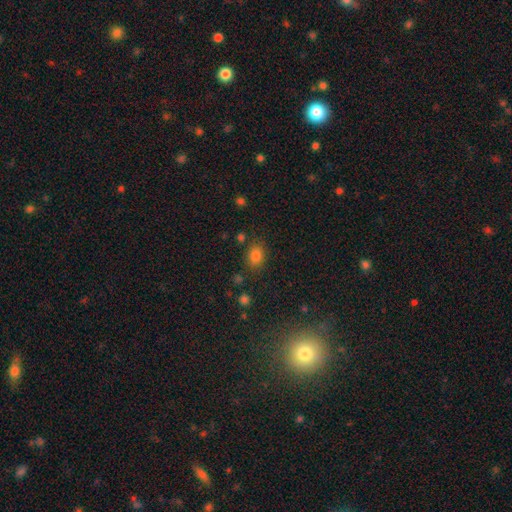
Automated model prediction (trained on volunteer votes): smooth-or-featured: smooth: 82% | star or artifact: 12% | featured or disk: 6%
  how-rounded: in between: 64% | round: 35% | cigar-shaped: 1%
  merging: none: 79% | minor disturbance: 12% | merger: 4% | major disturbance: 4%